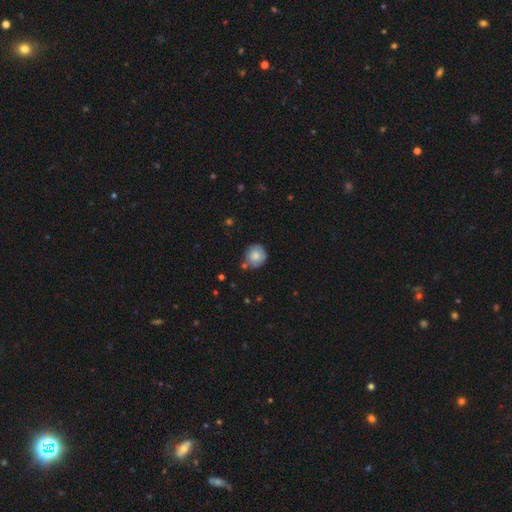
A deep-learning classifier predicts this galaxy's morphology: A smooth galaxy with no disk features (74%) that is round (87%). Merging: none (71%).